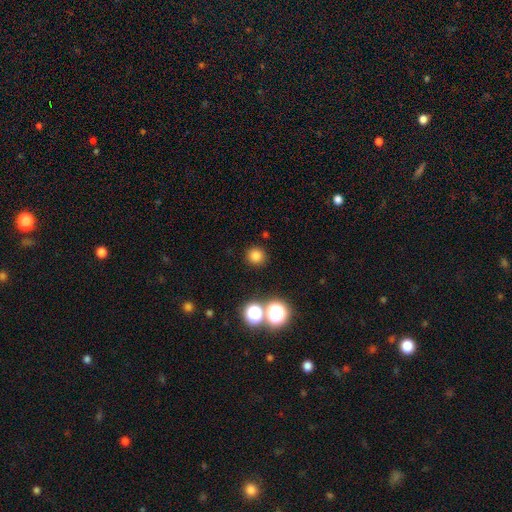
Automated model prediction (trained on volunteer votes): A smooth galaxy with no disk features (78%) that is round (94%). Merging: none (89%).